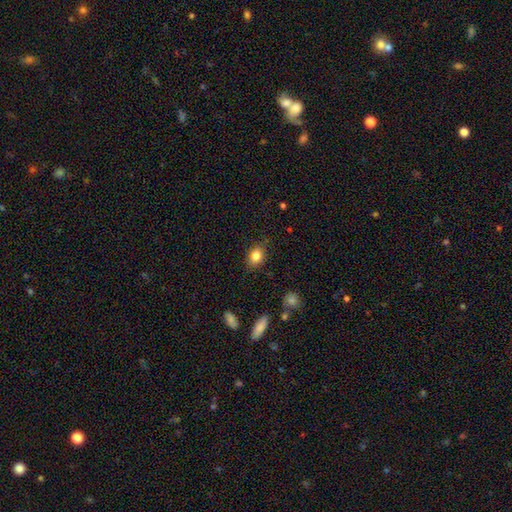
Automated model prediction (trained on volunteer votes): smooth-or-featured: smooth: 83% | star or artifact: 10% | featured or disk: 7%
  how-rounded: in between: 66% | round: 33% | cigar-shaped: 1%
  merging: none: 81% | minor disturbance: 14% | major disturbance: 3% | merger: 1%